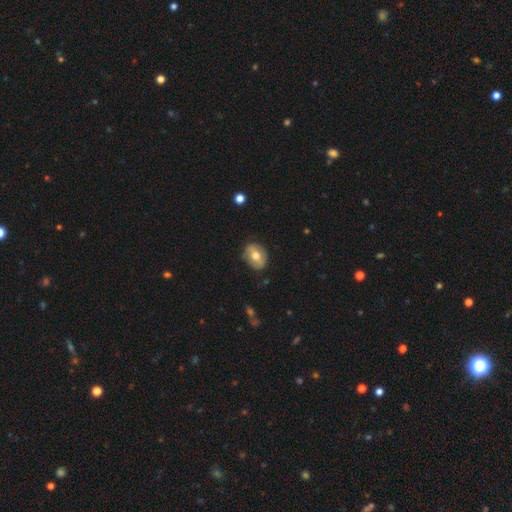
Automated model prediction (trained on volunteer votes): The model was most divided on "smooth or featured": smooth: 57%, featured or disk: 35%, star or artifact: 7%. More confident: merging — none (82%); how rounded — in between (63%).